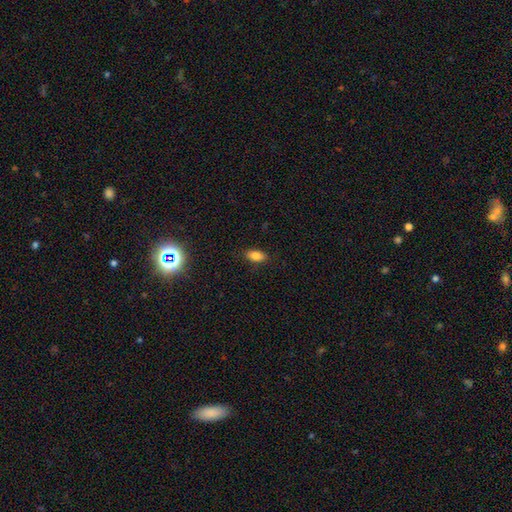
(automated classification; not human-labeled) Smooth or featured?
  - smooth: 81% *
  - star or artifact: 10%
  - featured or disk: 8%
How rounded?
  - in between: 87% *
  - cigar-shaped: 8%
  - round: 4%
Merging?
  - none: 86% *
  - minor disturbance: 10%
  - major disturbance: 3%
  - merger: 1%